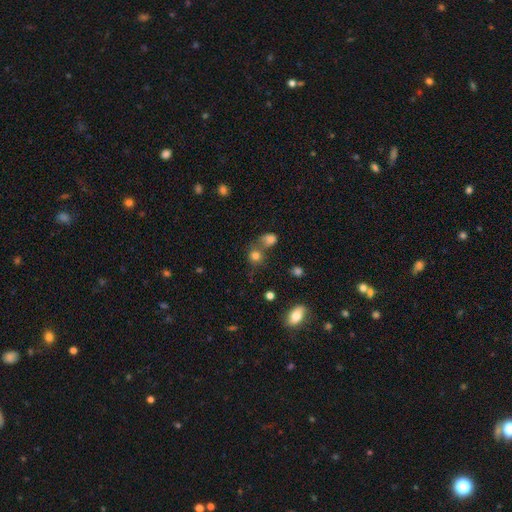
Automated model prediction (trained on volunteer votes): smooth 77%, star or artifact 15%, featured or disk 8%. Down the decision tree: how rounded — round (83%); merging — none (53%).